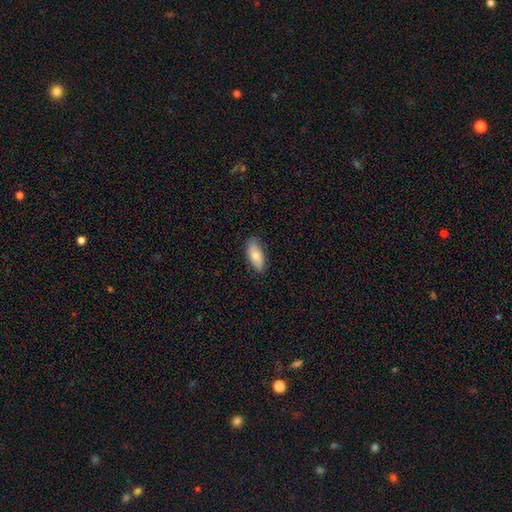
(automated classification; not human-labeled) smooth_or_featured: smooth (p=0.76) [alt: featured or disk p=0.18]
how_rounded: in between (p=0.87) [alt: cigar-shaped p=0.11]
merging: none (p=0.83) [alt: minor disturbance p=0.14]